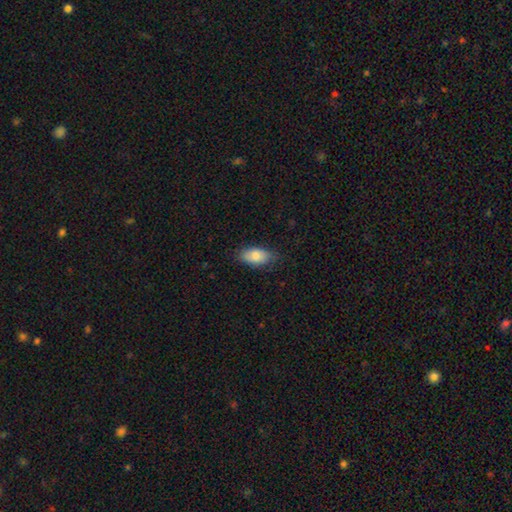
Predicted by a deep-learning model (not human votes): Smooth or featured: smooth — 83% (featured or disk — 10%)
How rounded: in between — 91% (cigar-shaped — 5%)
Merging: none — 78% (minor disturbance — 17%)